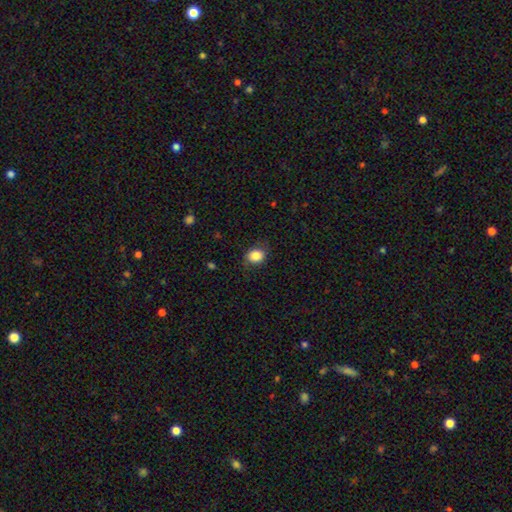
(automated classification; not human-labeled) smooth 84%, star or artifact 9%, featured or disk 7%. Down the decision tree: how rounded — round (55%); merging — none (74%).